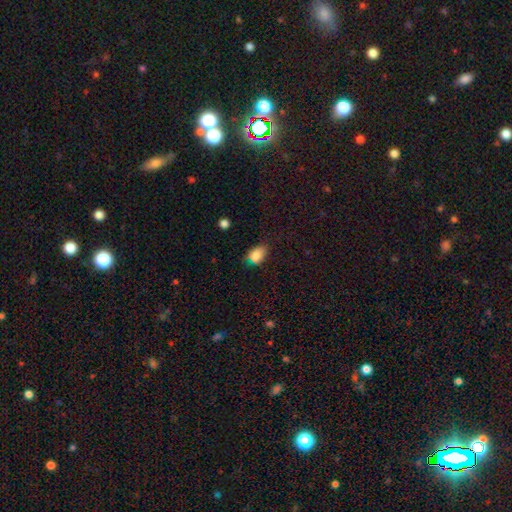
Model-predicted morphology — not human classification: Smooth or featured? smooth (85%)
How rounded? in between (84%)
Merging? none (57%)